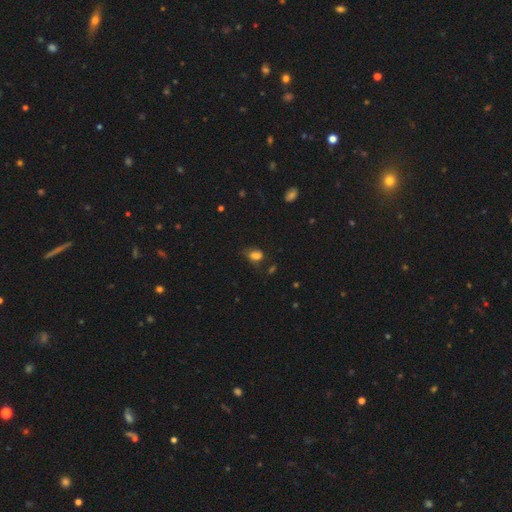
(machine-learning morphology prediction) A smooth galaxy with no disk features (76%) that is in between round and cigar-shaped (73%).

Vote fractions:
- Smooth or featured? smooth: 76% / star or artifact: 16% / featured or disk: 9%
- How rounded? in between: 73% / round: 25% / cigar-shaped: 2%
- Merging? none: 48% / minor disturbance: 30% / major disturbance: 17% / merger: 6%